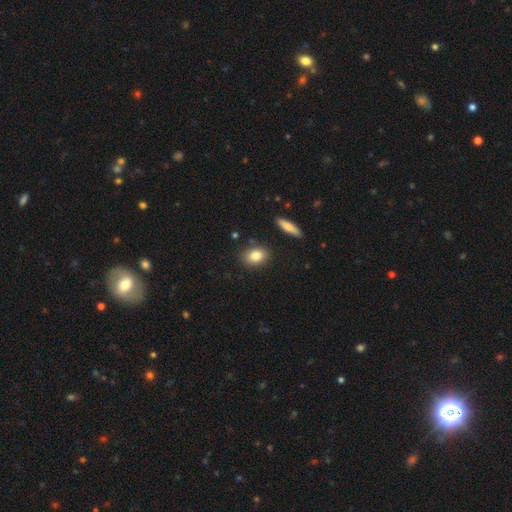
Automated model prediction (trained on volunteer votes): smooth_or_featured: smooth (p=0.83) [alt: featured or disk p=0.09]
how_rounded: in between (p=0.70) [alt: round p=0.27]
merging: none (p=0.85) [alt: minor disturbance p=0.10]